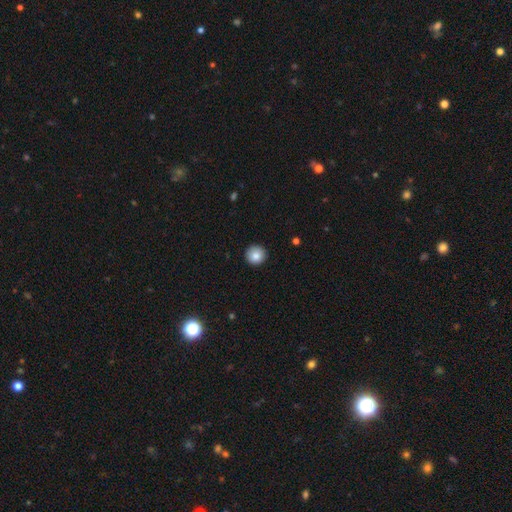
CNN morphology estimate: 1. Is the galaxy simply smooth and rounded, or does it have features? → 85% smooth, 9% star or artifact, 6% featured or disk.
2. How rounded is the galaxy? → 95% round, 4% in between, 1% cigar-shaped.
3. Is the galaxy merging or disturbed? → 92% none, 5% minor disturbance, 2% major disturbance, 1% merger.